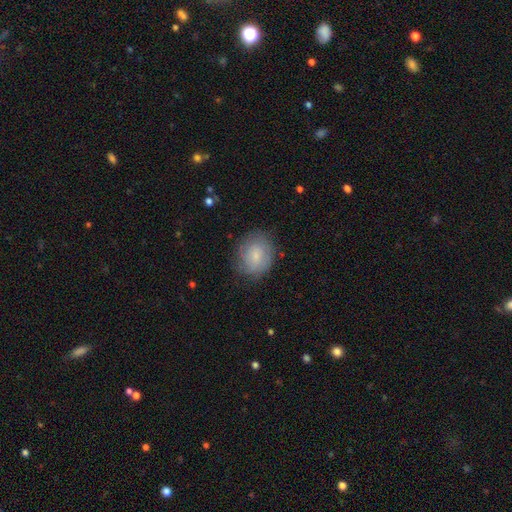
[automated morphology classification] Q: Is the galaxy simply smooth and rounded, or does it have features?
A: smooth — 60%.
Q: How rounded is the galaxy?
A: round — 58%.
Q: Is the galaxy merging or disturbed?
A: none — 74%.